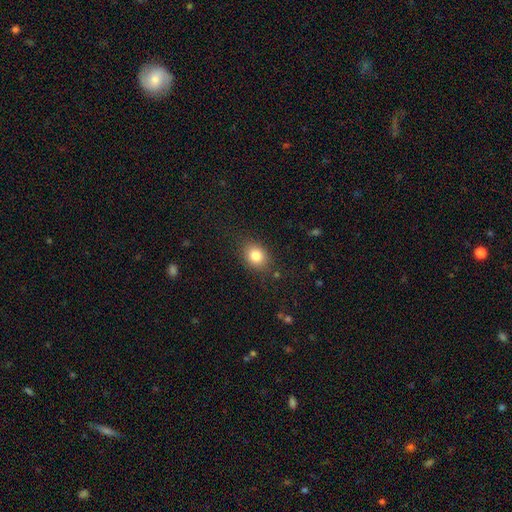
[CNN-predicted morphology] Q: Smooth or featured?
A: smooth (82%); runner-up: star or artifact (10%)
Q: How rounded?
A: in between (51%); runner-up: round (48%)
Q: Merging?
A: none (83%); runner-up: minor disturbance (12%)